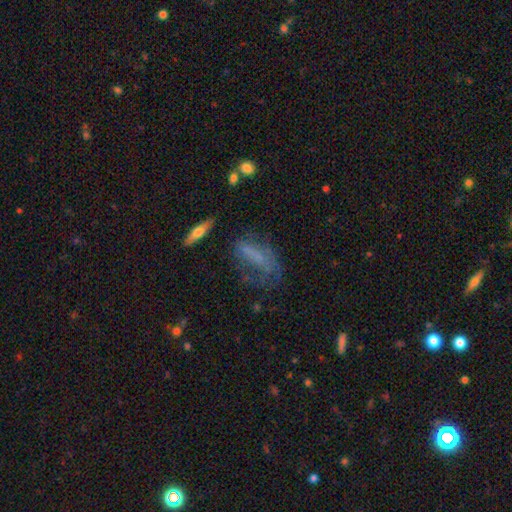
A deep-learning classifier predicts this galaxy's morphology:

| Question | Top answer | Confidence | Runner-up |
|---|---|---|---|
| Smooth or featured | smooth | 45% | featured or disk (39%) |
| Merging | none | 40% | major disturbance (33%) |